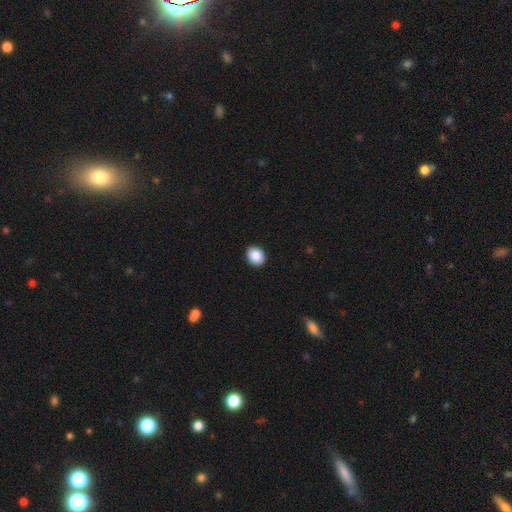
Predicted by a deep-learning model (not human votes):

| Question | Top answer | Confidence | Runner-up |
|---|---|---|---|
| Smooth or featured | smooth | 89% | star or artifact (8%) |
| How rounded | round | 56% | in between (43%) |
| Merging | none | 92% | minor disturbance (6%) |